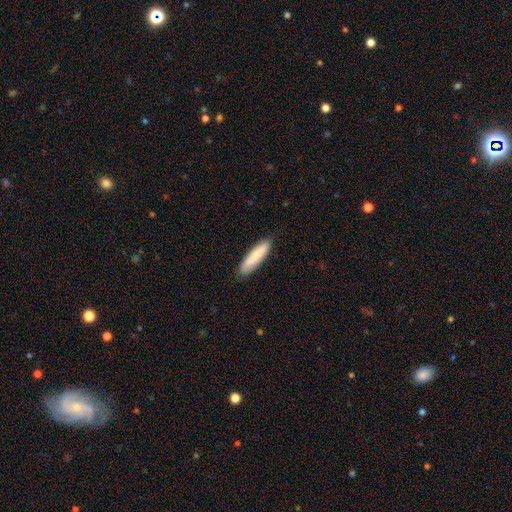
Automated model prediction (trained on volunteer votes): Morphology: type=smooth (77%); roundness=cigar-shaped (76%); merging=none (88%).